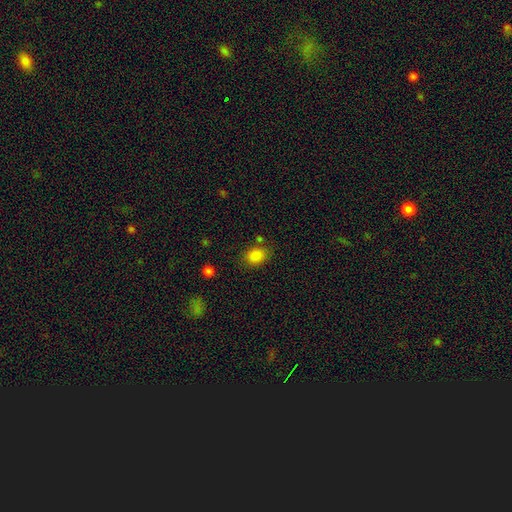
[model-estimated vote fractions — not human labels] smooth_or_featured: smooth (p=0.85) [alt: star or artifact p=0.10]
how_rounded: in between (p=0.63) [alt: round p=0.36]
merging: none (p=0.75) [alt: minor disturbance p=0.15]